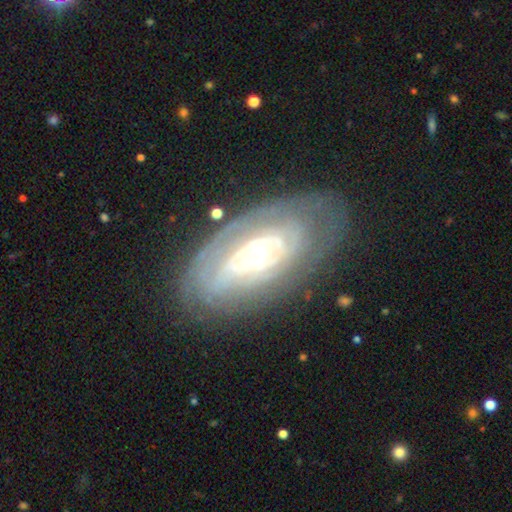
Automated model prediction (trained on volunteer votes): Overall: featured or disk (80%). Edge-on disk: no (91%). Bar: no (69%). Spiral arms: yes (78%). Spiral arm count: can't tell (59%). Spiral winding: tight (77%). Bulge size: moderate (55%; small 30%). Merging: none (72%).